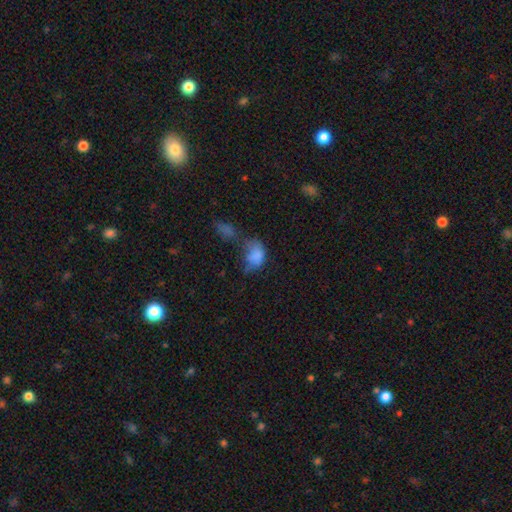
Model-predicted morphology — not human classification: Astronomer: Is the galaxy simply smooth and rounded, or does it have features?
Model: smooth — 74%.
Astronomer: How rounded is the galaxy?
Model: in between — 78%.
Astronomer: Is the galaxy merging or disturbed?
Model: merger — 30% (runner-up: major disturbance, 26%).